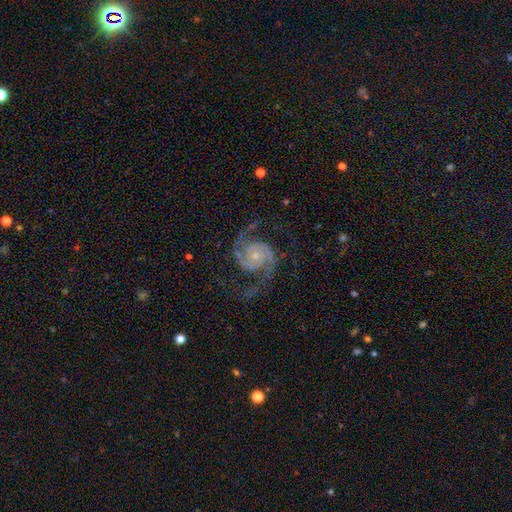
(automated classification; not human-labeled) Overall: featured or disk (93%). Edge-on disk: no (98%). Bar: no (75%). Spiral arms: yes (99%). Spiral arm count: 2 (92%). Spiral winding: medium (57%; tight 27%). Bulge size: small (71%). Merging: none (76%).